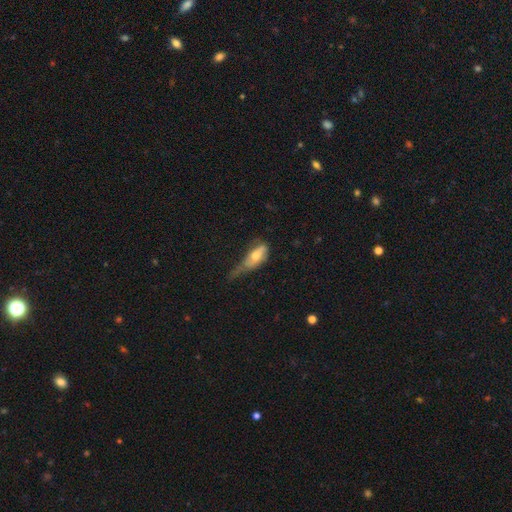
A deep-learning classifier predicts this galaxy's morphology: This is possibly a smooth galaxy (58%). How rounded: likely in between (71%). Merging: marginally major disturbance (42%).